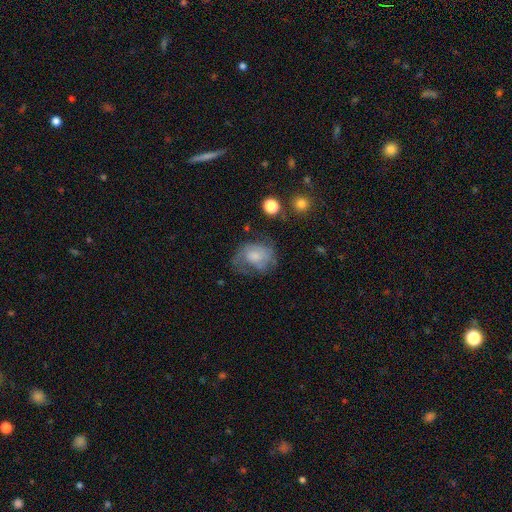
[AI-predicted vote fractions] The model was most divided on "smooth or featured" (2-way tie): smooth: 45%, featured or disk: 45%, star or artifact: 9%. Remaining: merging — none (40%).